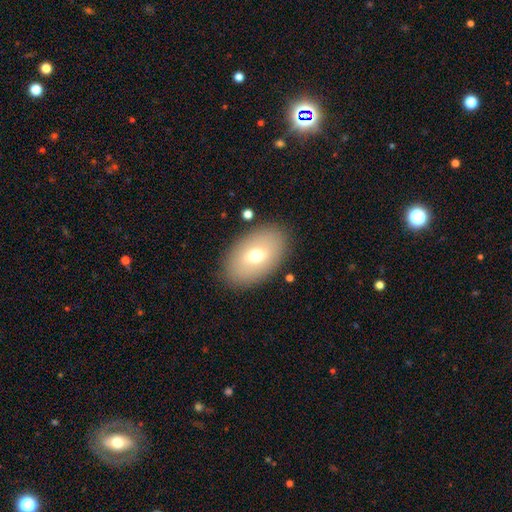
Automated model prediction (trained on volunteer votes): Morphology: type=smooth (66%); roundness=in between (91%); merging=none (86%).